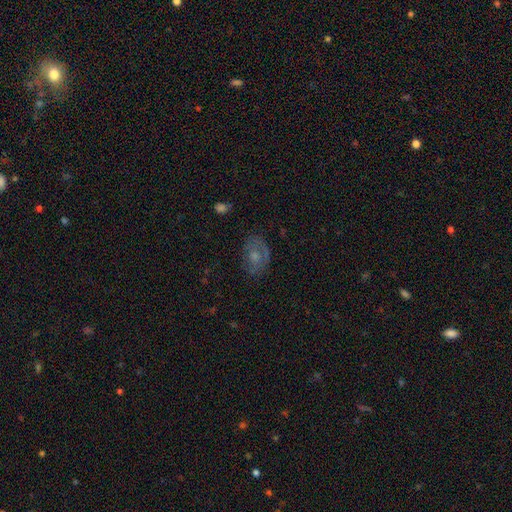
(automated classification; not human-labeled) This is possibly a featured or disk galaxy (47%). Merging: likely none (68%).